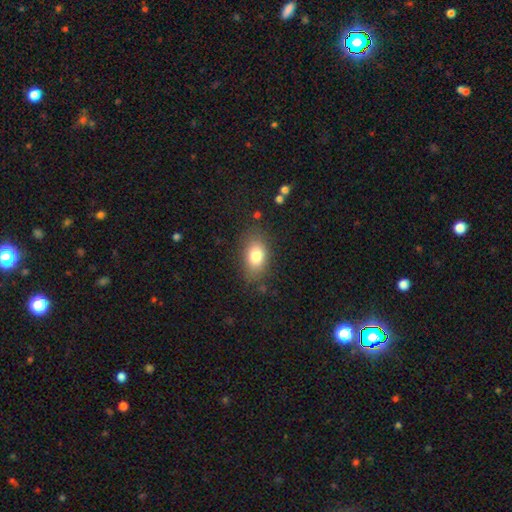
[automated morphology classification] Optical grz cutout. It shows a smooth galaxy with no disk features (80%) that is in between round and cigar-shaped (85%). Merging: none (79%).